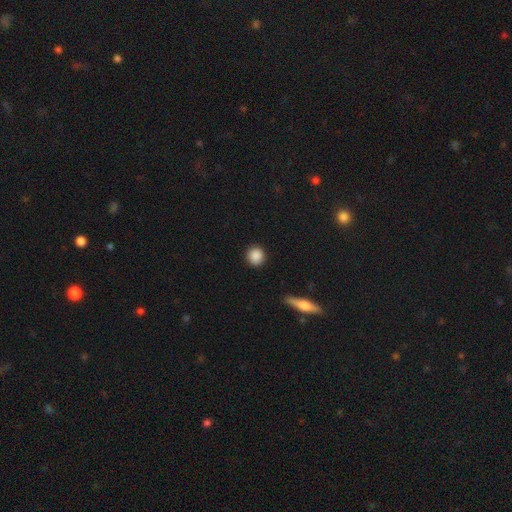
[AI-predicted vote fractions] Smooth or featured? smooth (88%)
How rounded? round (90%)
Merging? none (90%)